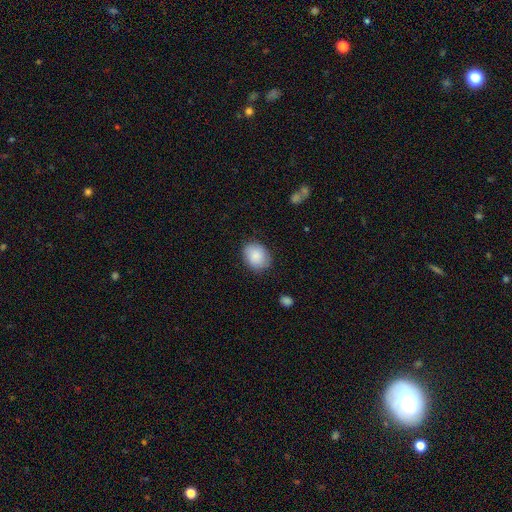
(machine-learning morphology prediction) Q: Smooth or featured?
A: smooth (87%); runner-up: star or artifact (7%)
Q: How rounded?
A: in between (54%); runner-up: round (45%)
Q: Merging?
A: none (82%); runner-up: minor disturbance (13%)